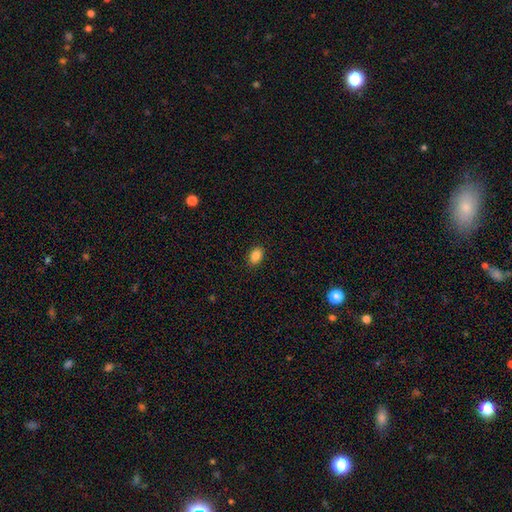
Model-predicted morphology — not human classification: Smooth or featured? Predicted: smooth (p=0.86). How rounded? Predicted: in between (p=0.84). Merging? Predicted: none (p=0.90).